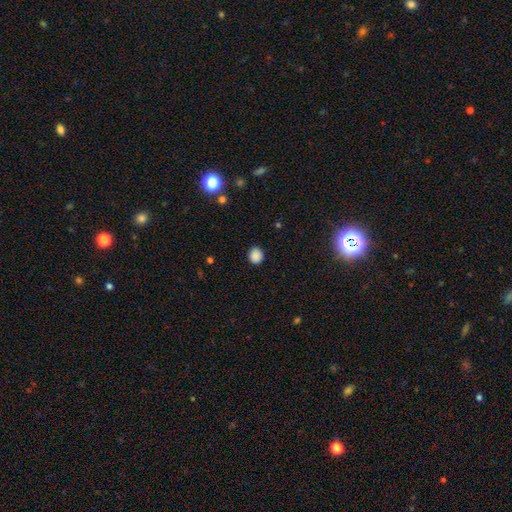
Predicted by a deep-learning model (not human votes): This is clearly a smooth galaxy (87%). How rounded: likely round (79%). Merging: clearly none (90%).